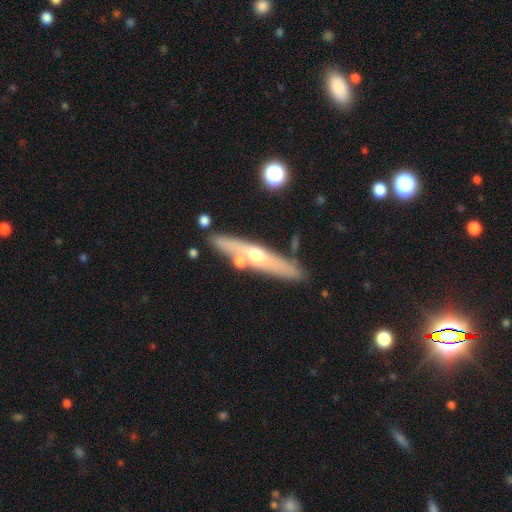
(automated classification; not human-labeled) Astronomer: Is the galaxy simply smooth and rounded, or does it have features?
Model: featured or disk — 56% (runner-up: smooth, 37%).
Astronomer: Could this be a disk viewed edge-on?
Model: yes — 86%.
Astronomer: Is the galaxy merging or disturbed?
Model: none — 79%.